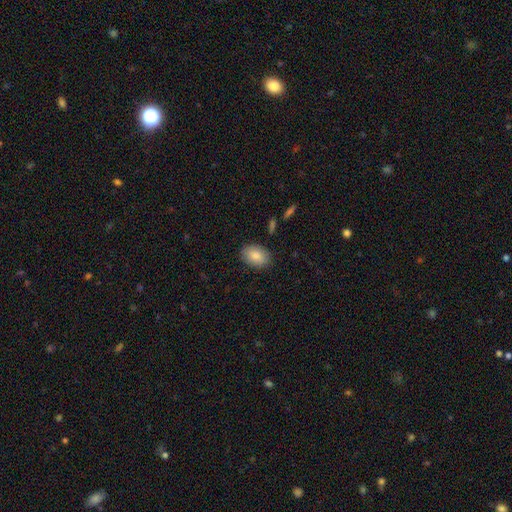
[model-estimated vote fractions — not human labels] This appears to be a smooth galaxy with no disk features (86%) that is in between round and cigar-shaped (83%). Merging: none (86%).